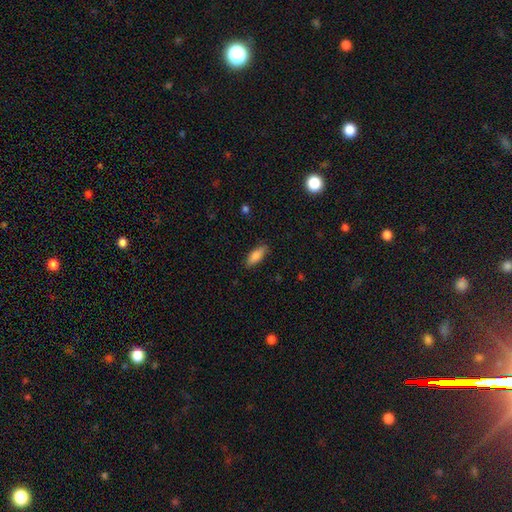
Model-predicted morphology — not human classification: smooth-or-featured: smooth: 85% | featured or disk: 9% | star or artifact: 7%
  how-rounded: in between: 73% | cigar-shaped: 25% | round: 2%
  merging: none: 85% | minor disturbance: 11% | major disturbance: 2% | merger: 1%